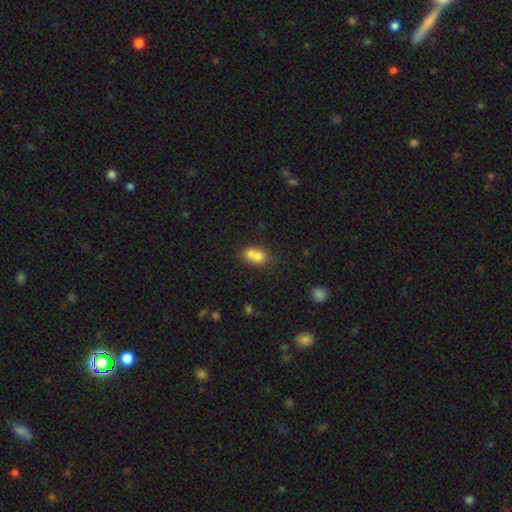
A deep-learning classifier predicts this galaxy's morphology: Overall: smooth (70%). How rounded: round (51%; in between 48%). Merging: merger (62%; none 26%).